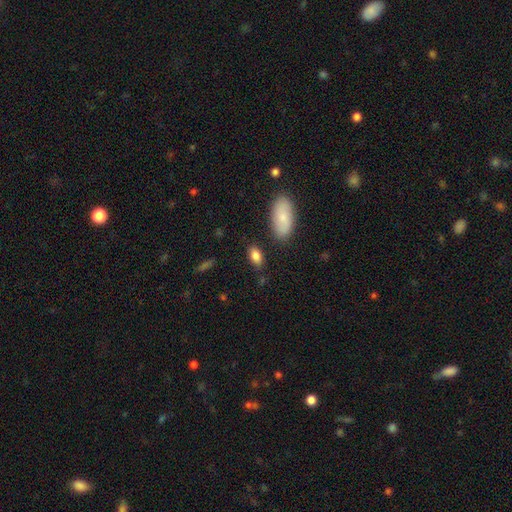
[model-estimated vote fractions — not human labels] Smooth or featured: smooth — 84% (star or artifact — 8%)
How rounded: in between — 90% (round — 6%)
Merging: none — 79% (minor disturbance — 13%)